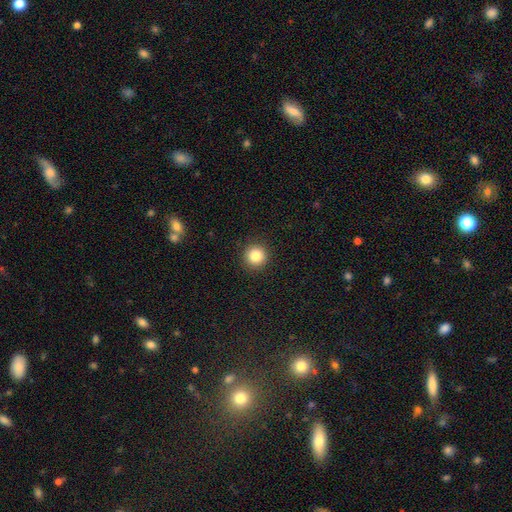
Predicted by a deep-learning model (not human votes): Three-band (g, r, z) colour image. It shows a smooth galaxy with no disk features (84%) that is round (94%). Merging: none (92%).